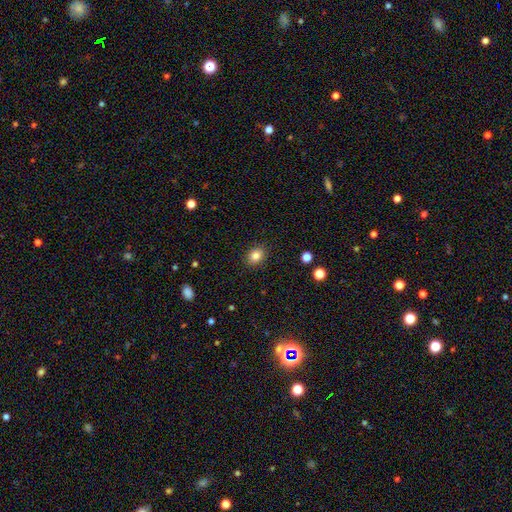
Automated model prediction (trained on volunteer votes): This appears to be a smooth galaxy with no disk features (84%) that is in between round and cigar-shaped (55%). Merging: none (89%).